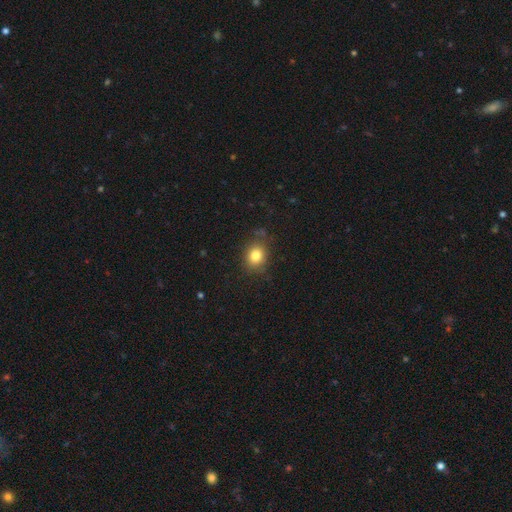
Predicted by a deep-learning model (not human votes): Smooth or featured: smooth — 81% (star or artifact — 12%)
How rounded: round — 64% (in between — 35%)
Merging: none — 80% (minor disturbance — 14%)